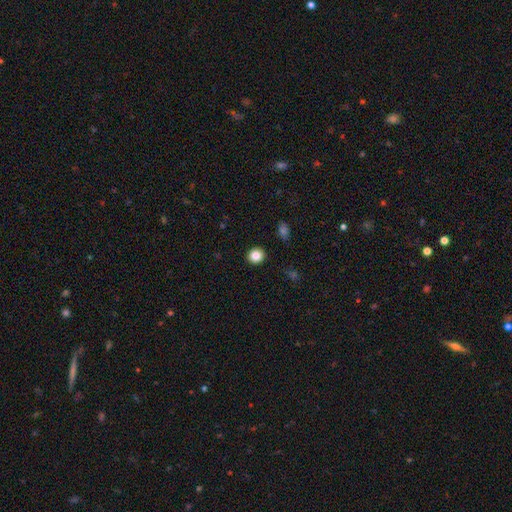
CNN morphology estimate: Smooth or featured? Predicted: smooth (p=0.84). How rounded? Predicted: round (p=0.88). Merging? Predicted: none (p=0.92).